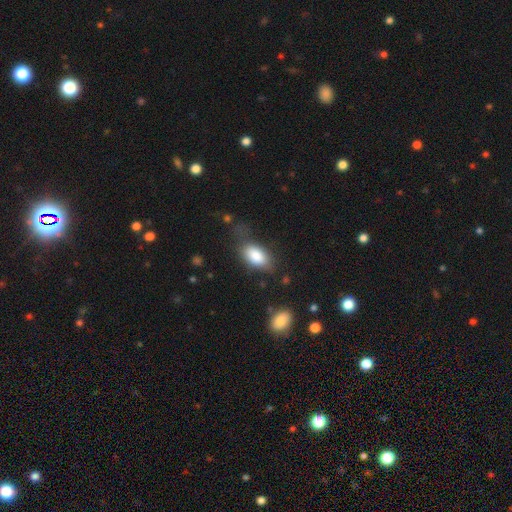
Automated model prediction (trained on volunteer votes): Overall: smooth (84%). How rounded: in between (92%). Merging: none (57%; minor disturbance 24%).